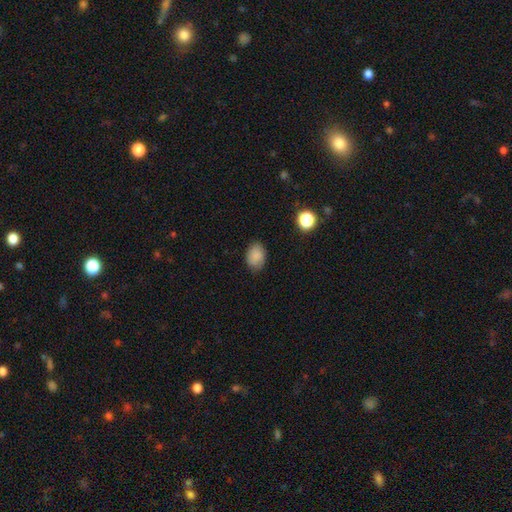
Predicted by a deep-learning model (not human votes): Smooth or featured?
  - smooth: 85% *
  - star or artifact: 9%
  - featured or disk: 6%
How rounded?
  - in between: 75% *
  - round: 23%
  - cigar-shaped: 1%
Merging?
  - none: 80% *
  - minor disturbance: 16%
  - major disturbance: 3%
  - merger: 1%